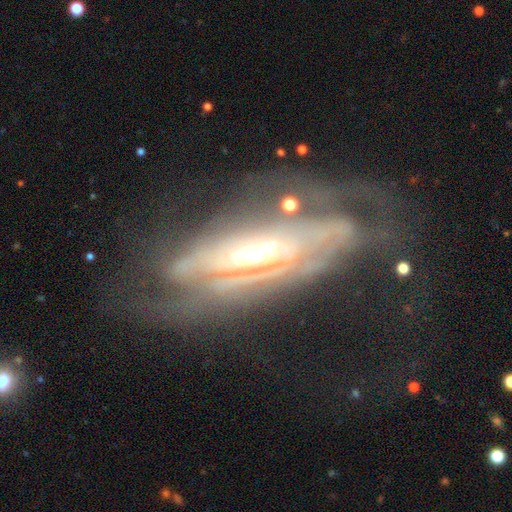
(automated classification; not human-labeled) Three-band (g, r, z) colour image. It shows a featured or disk galaxy (84%) with no bar (53%), tight (63%) spiral arms (82%) and a small central bulge (48%). Merging: none (51%).